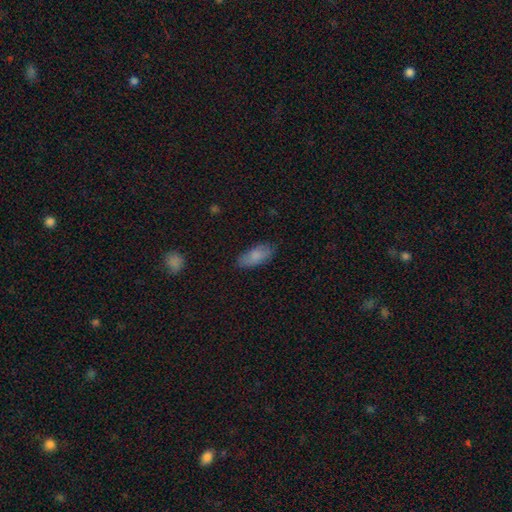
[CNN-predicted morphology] Smooth or featured: smooth — 83% (featured or disk — 10%)
How rounded: in between — 85% (cigar-shaped — 13%)
Merging: none — 80% (minor disturbance — 15%)